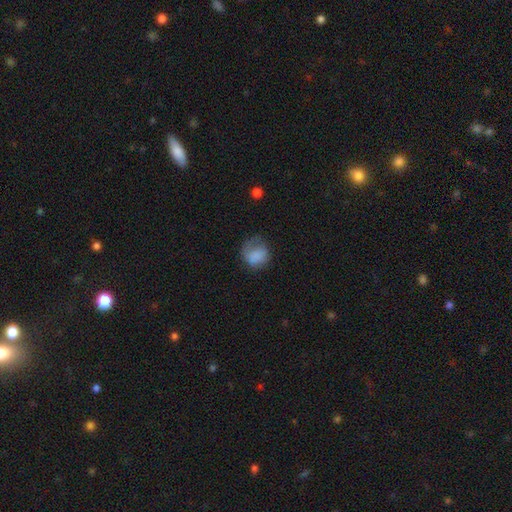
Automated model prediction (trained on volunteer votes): smooth_or_featured: smooth (p=0.77) [alt: featured or disk p=0.14]
how_rounded: round (p=0.66) [alt: in between p=0.33]
merging: none (p=0.38) [alt: minor disturbance p=0.30]